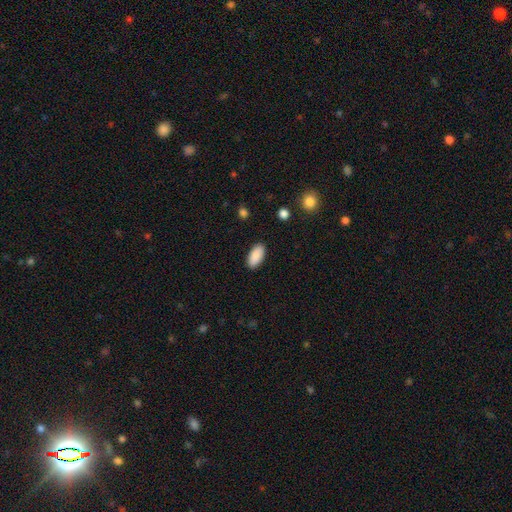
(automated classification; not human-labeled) A smooth galaxy with no disk features (90%) that is in between round and cigar-shaped (93%).

Vote fractions:
- Smooth or featured? smooth: 90% / star or artifact: 6% / featured or disk: 4%
- How rounded? in between: 93% / cigar-shaped: 5% / round: 2%
- Merging? none: 89% / minor disturbance: 8% / major disturbance: 2% / merger: 1%